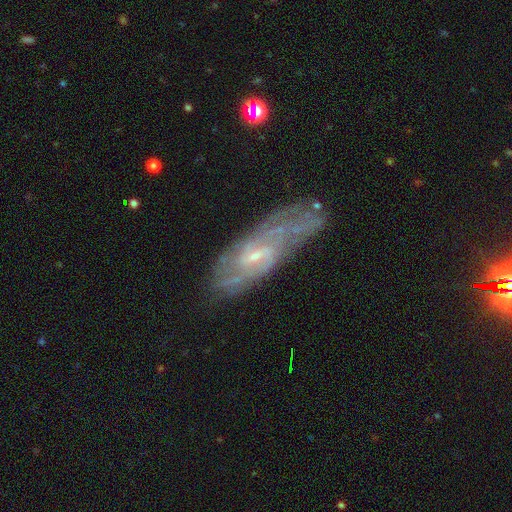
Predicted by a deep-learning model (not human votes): Q: Smooth or featured?
A: featured or disk (78%); runner-up: smooth (14%)
Q: Edge-on disk?
A: no (84%); runner-up: yes (16%)
Q: Bar?
A: weak (53%); runner-up: no (33%)
Q: Spiral arms?
A: yes (87%); runner-up: no (13%)
Q: Spiral winding?
A: tight (45%); runner-up: medium (39%)
Q: Spiral arm count?
A: can't tell (45%); runner-up: 2 (31%)
Q: Bulge size?
A: small (67%); runner-up: moderate (24%)
Q: Merging?
A: none (62%); runner-up: minor disturbance (23%)